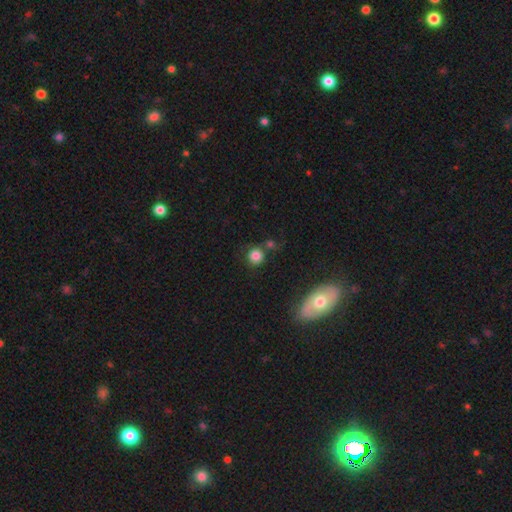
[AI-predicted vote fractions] This appears to be a smooth galaxy with no disk features (82%) that is round (90%). Merging: none (71%).